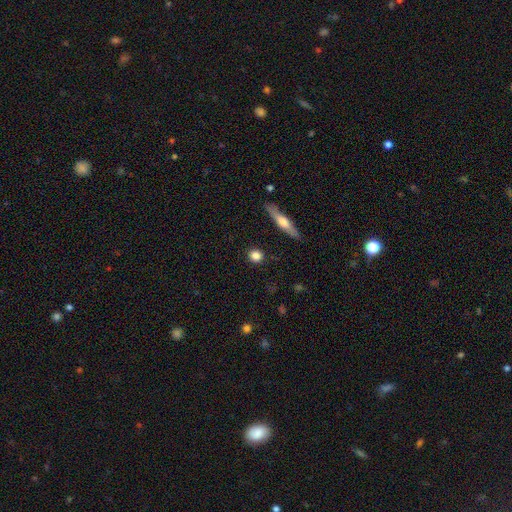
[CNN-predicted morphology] smooth-or-featured: smooth: 81% | featured or disk: 10% | star or artifact: 8%
  how-rounded: round: 84% | in between: 10% | cigar-shaped: 5%
  merging: none: 89% | minor disturbance: 7% | major disturbance: 2% | merger: 2%